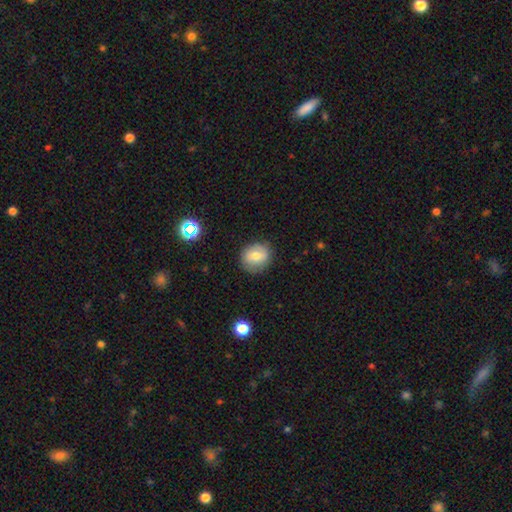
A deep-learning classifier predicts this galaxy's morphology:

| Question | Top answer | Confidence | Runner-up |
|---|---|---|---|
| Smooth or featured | smooth | 69% | featured or disk (21%) |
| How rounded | round | 74% | in between (25%) |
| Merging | none | 83% | minor disturbance (13%) |